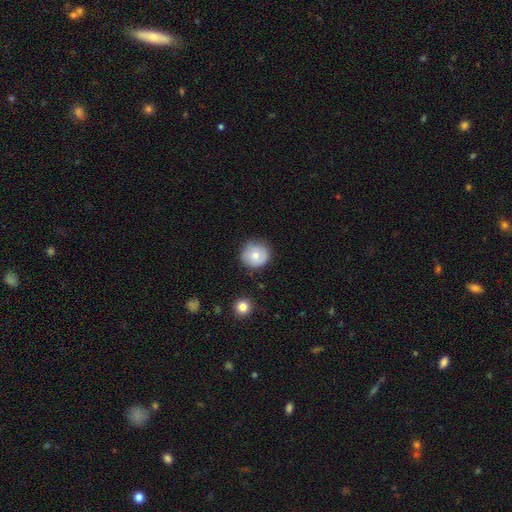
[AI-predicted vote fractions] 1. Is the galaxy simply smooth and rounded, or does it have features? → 74% smooth, 18% featured or disk, 9% star or artifact.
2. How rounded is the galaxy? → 92% round, 7% in between, 1% cigar-shaped.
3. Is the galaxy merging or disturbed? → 80% none, 15% minor disturbance, 3% major disturbance, 2% merger.